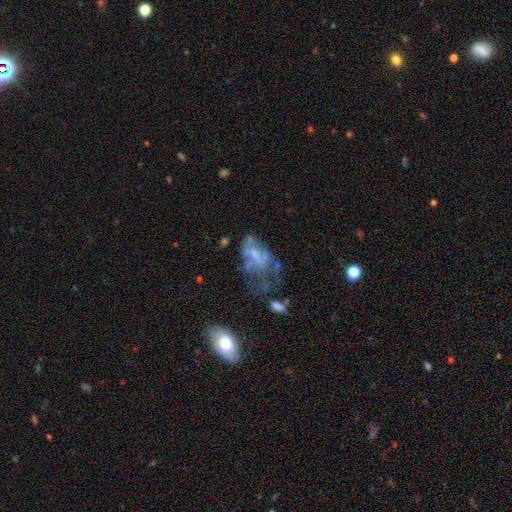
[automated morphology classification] This appears to be a featured or disk galaxy (54%) with no bar (68%), no spiral arms (76%) and no central bulge (50%). Merging: major disturbance (39%).